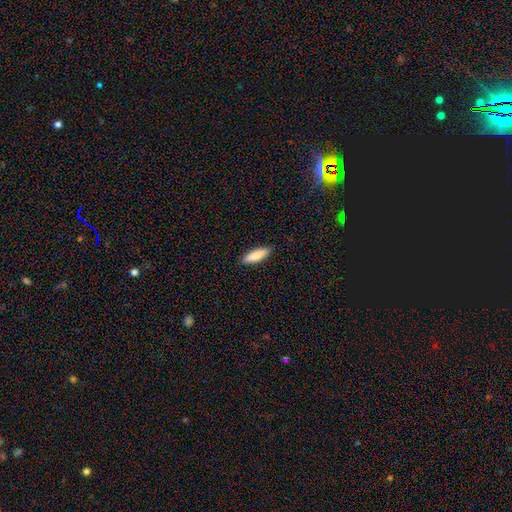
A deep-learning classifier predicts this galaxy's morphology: The model was most divided on "how rounded": cigar-shaped: 57%, in between: 42%, round: 1%. More confident: merging — none (87%); smooth or featured — smooth (83%).